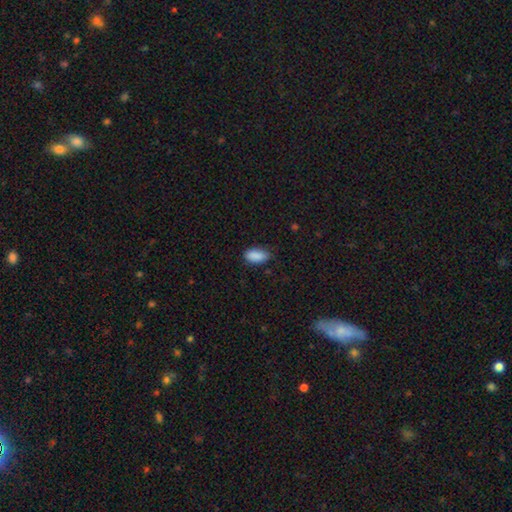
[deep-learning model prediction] Smooth or featured: smooth — 90% (star or artifact — 7%)
How rounded: in between — 92% (cigar-shaped — 5%)
Merging: none — 75% (minor disturbance — 20%)